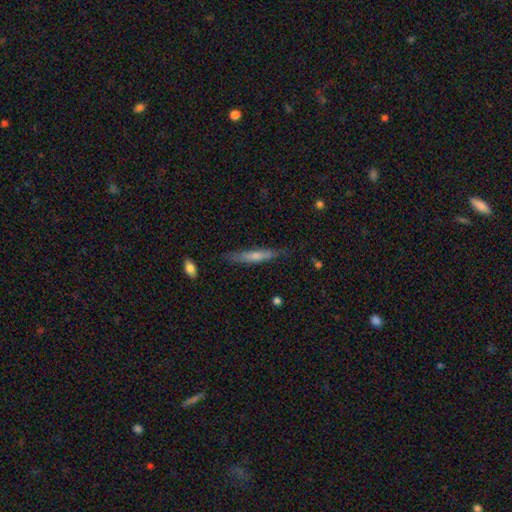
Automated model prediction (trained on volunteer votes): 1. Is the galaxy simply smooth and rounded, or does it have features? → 51% smooth, 42% featured or disk, 7% star or artifact.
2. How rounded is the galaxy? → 92% cigar-shaped, 6% in between, 2% round.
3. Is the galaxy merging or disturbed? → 80% none, 16% minor disturbance, 3% major disturbance, 2% merger.